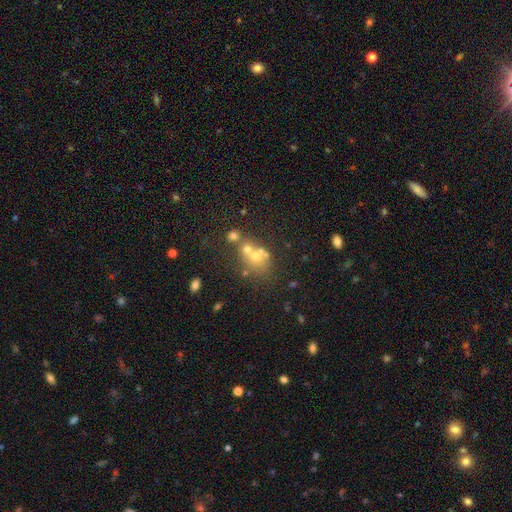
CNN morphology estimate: Overall: smooth (47%; featured or disk 27%). Merging: none (41%; merger 40%).